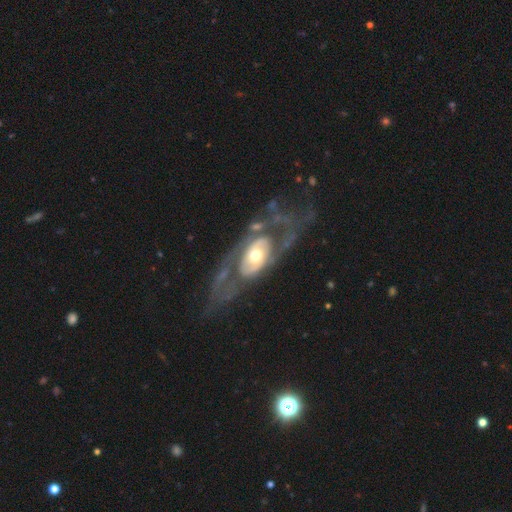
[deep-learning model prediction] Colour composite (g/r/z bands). It shows a featured or disk galaxy (78%) with no bar (76%), spiral arms (53%) and a moderate central bulge (67%). Merging: none (58%).